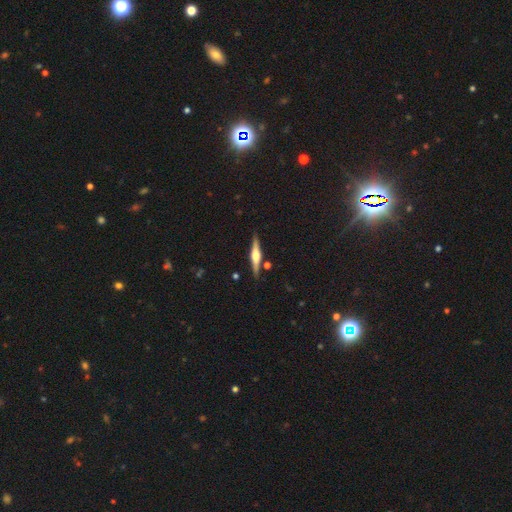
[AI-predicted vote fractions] This appears to be a featured or disk galaxy (75%) viewed edge-on (98%) with a rounded central bulge (91%). Merging: none (87%).